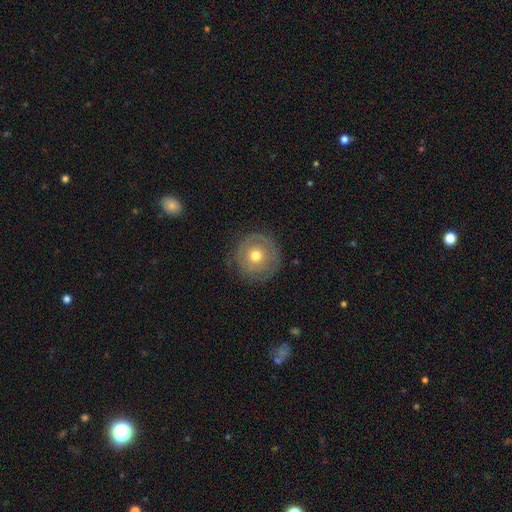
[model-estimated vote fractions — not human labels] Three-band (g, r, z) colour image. It shows a smooth galaxy with no disk features (50%) that is round (94%). Merging: none (80%).